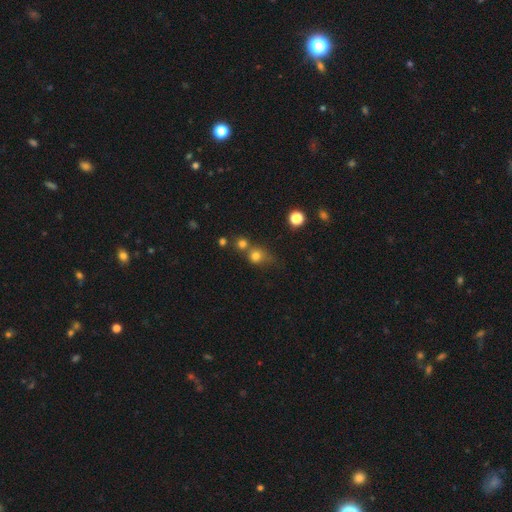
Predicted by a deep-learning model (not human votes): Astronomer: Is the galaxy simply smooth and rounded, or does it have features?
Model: smooth — 75%.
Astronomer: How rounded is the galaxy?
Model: round — 80%.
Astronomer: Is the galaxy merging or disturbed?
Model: none — 46% (runner-up: merger, 32%).